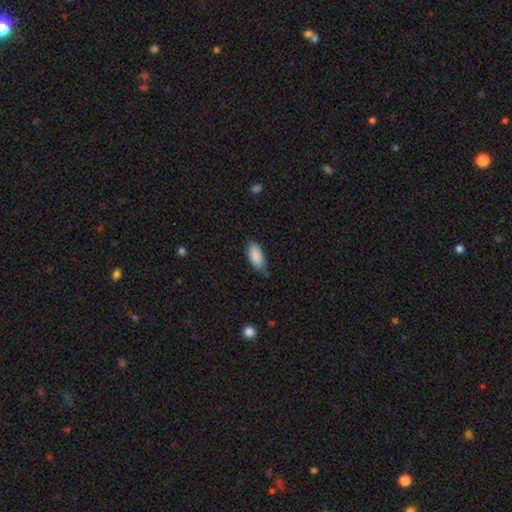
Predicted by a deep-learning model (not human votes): Morphology: type=smooth (88%); roundness=in between (89%); merging=none (55%).